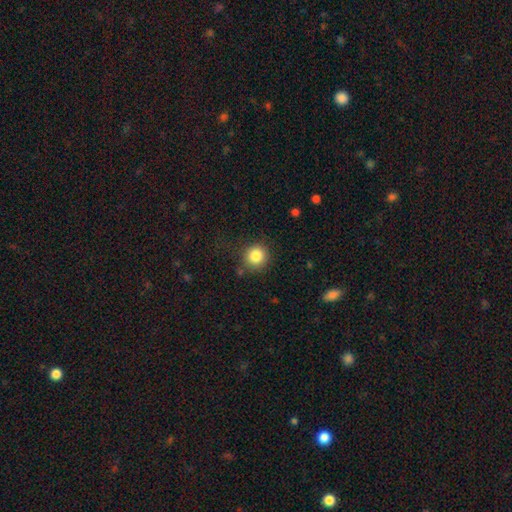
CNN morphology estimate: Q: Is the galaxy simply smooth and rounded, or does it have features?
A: smooth — 84%.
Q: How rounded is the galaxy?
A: round — 92%.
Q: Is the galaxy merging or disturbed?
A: none — 82%.